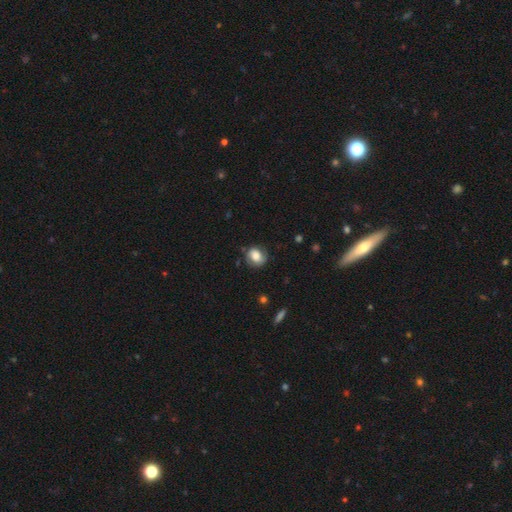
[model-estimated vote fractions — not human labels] smooth_or_featured: smooth (p=0.68) [alt: featured or disk p=0.24]
how_rounded: round (p=0.62) [alt: in between p=0.37]
merging: none (p=0.72) [alt: minor disturbance p=0.20]